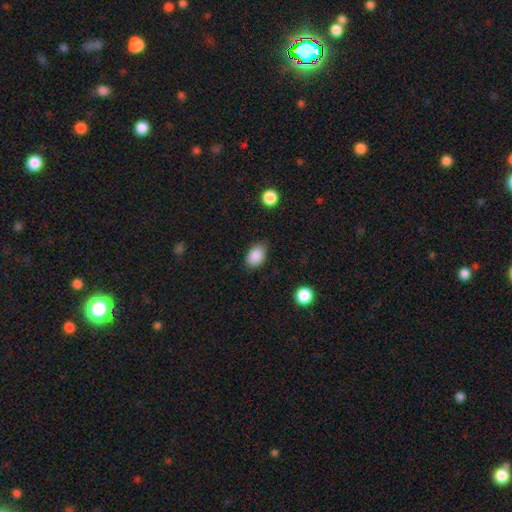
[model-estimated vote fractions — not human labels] Smooth or featured: smooth — 88% (star or artifact — 8%)
How rounded: in between — 84% (round — 15%)
Merging: none — 77% (minor disturbance — 18%)